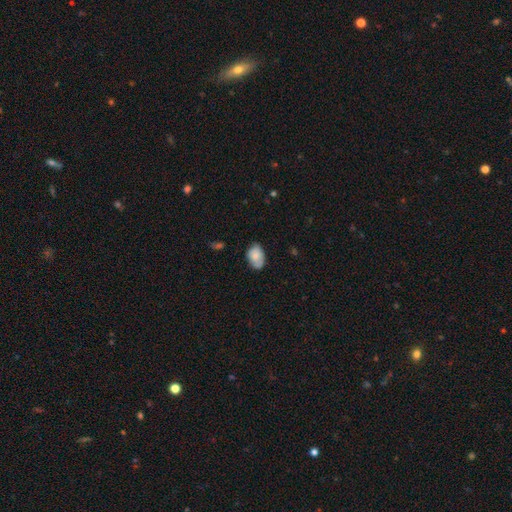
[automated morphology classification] A smooth galaxy with no disk features (77%) that is in between round and cigar-shaped (86%).

Vote fractions:
- Smooth or featured? smooth: 77% / featured or disk: 16% / star or artifact: 7%
- How rounded? in between: 86% / round: 12% / cigar-shaped: 1%
- Merging? none: 61% / minor disturbance: 30% / major disturbance: 6% / merger: 2%